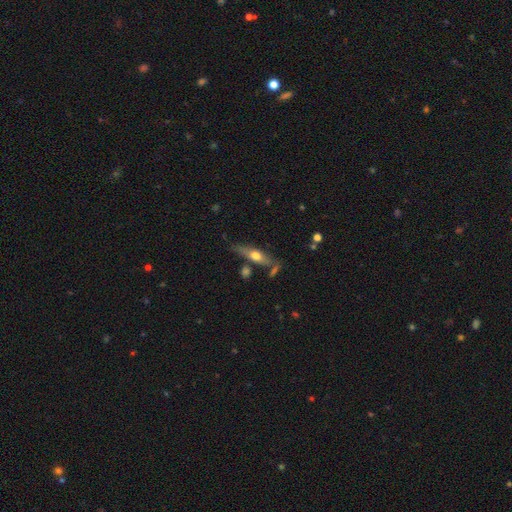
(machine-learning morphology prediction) Smooth or featured? Predicted: featured or disk (p=0.51). Edge-on disk? Predicted: yes (p=0.85). Merging? Predicted: none (p=0.70).